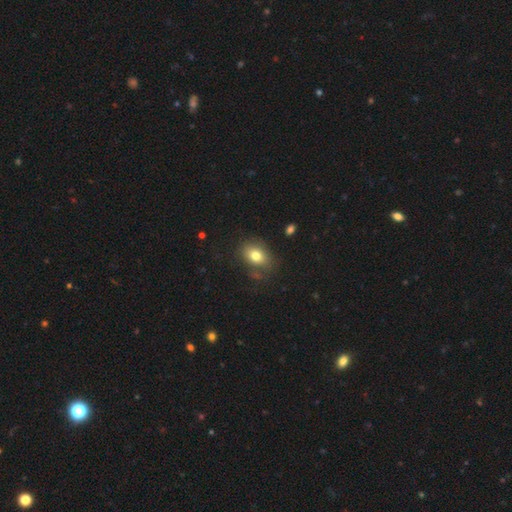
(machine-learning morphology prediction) Q: Smooth or featured?
A: smooth (77%); runner-up: featured or disk (13%)
Q: How rounded?
A: in between (73%); runner-up: round (25%)
Q: Merging?
A: none (72%); runner-up: minor disturbance (18%)